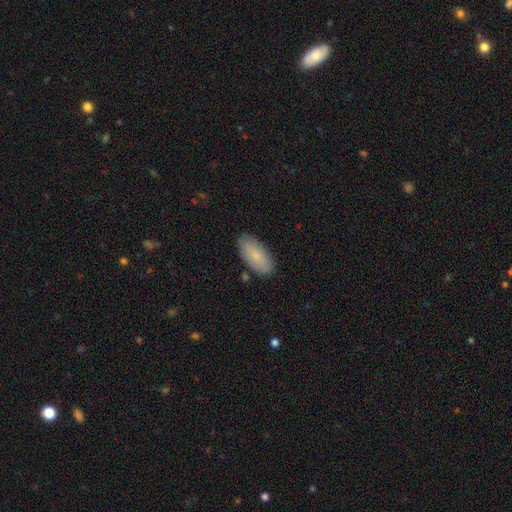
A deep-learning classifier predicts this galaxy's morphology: type=smooth (78%); roundness=in between (90%); merging=none (84%).